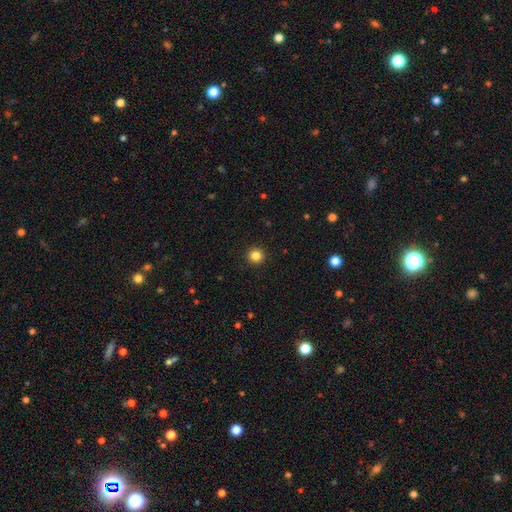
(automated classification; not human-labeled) A smooth galaxy with no disk features (84%) that is round (95%). Merging: none (93%).